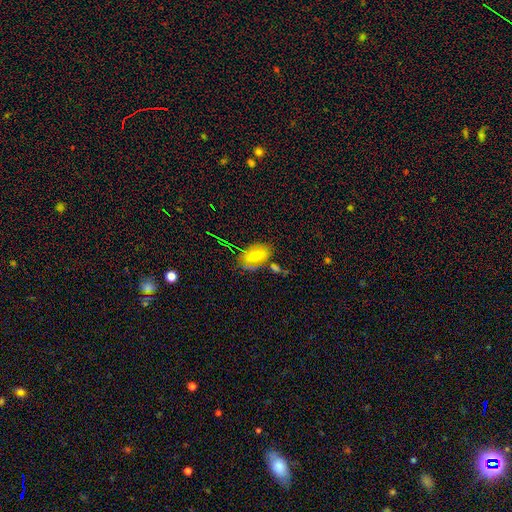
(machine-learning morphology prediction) Smooth or featured: smooth — 63% (featured or disk — 27%)
How rounded: in between — 88% (round — 9%)
Merging: none — 64% (minor disturbance — 20%)